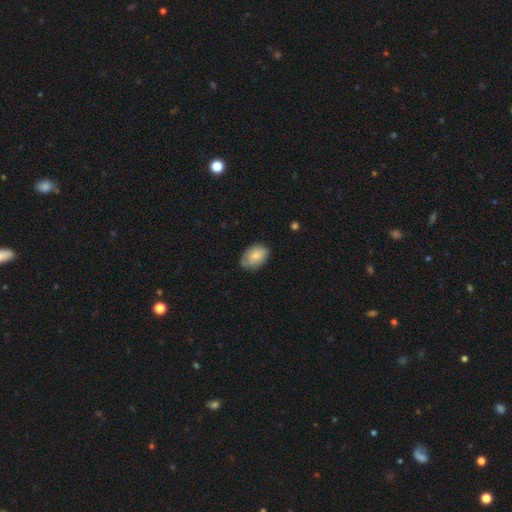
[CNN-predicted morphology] This appears to be a smooth galaxy with no disk features (71%) that is in between round and cigar-shaped (85%). Merging: none (69%).